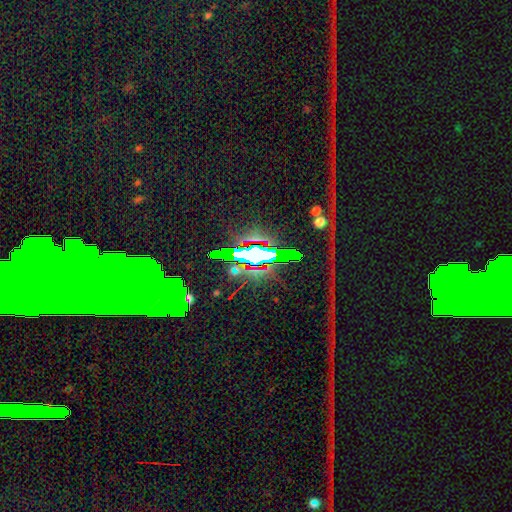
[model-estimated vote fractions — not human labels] Smooth or featured?
  - star or artifact: 61% *
  - featured or disk: 21%
  - smooth: 18%